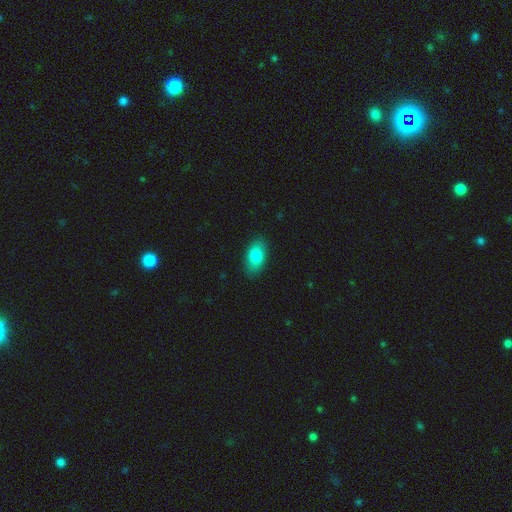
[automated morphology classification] A smooth galaxy with no disk features (83%) that is in between round and cigar-shaped (91%). Merging: none (86%).